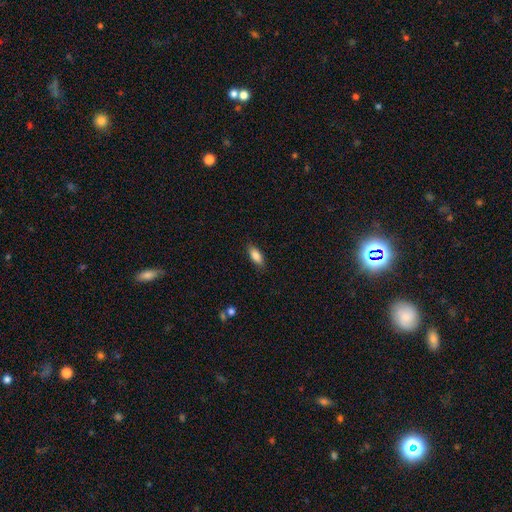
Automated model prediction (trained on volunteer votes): smooth 84%, featured or disk 9%, star or artifact 7%. Down the decision tree: how rounded — in between (79%); merging — none (86%).